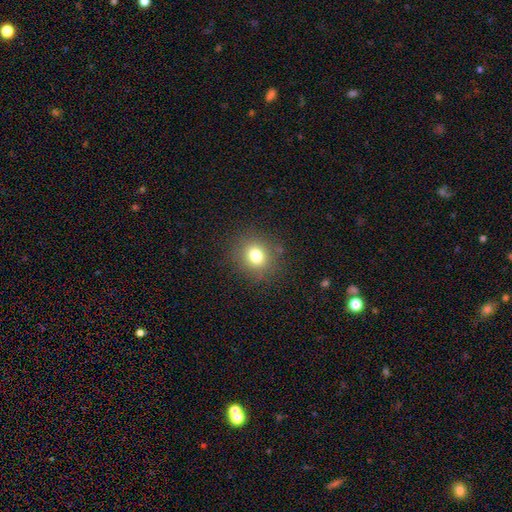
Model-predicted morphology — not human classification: This is likely a smooth galaxy (77%). How rounded: likely round (76%). Merging: clearly none (86%).